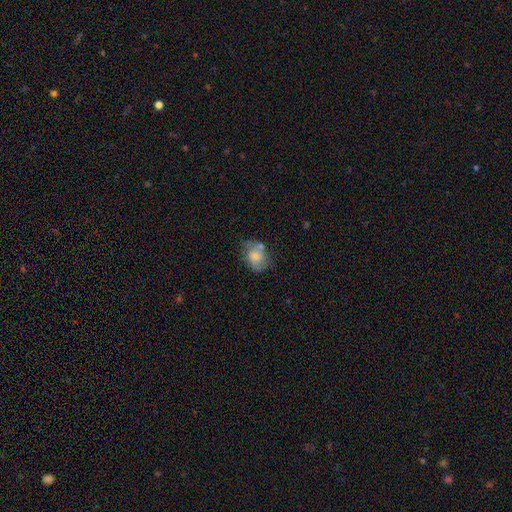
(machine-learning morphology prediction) The model was most divided on "smooth or featured": smooth: 46%, featured or disk: 45%, star or artifact: 9%. Remaining: merging — none (47%).